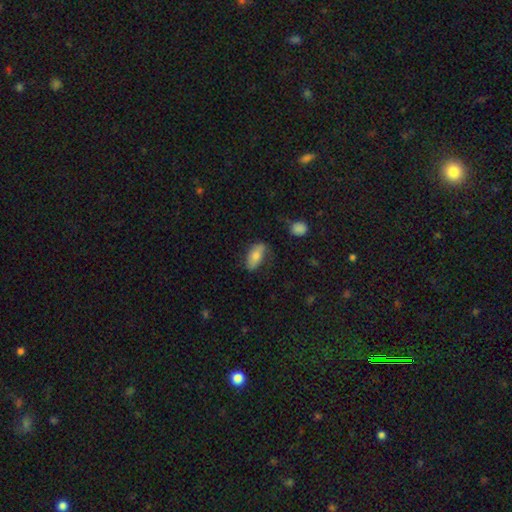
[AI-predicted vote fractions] Smooth or featured?
  - smooth: 74% *
  - featured or disk: 19%
  - star or artifact: 7%
How rounded?
  - in between: 87% *
  - cigar-shaped: 10%
  - round: 3%
Merging?
  - none: 63% *
  - minor disturbance: 26%
  - major disturbance: 9%
  - merger: 3%